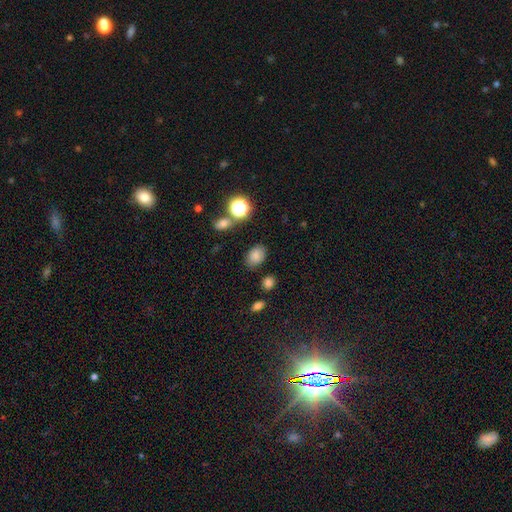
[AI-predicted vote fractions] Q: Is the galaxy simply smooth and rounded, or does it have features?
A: smooth — 80%.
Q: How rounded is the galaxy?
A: in between — 76%.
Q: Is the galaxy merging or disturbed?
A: none — 80%.